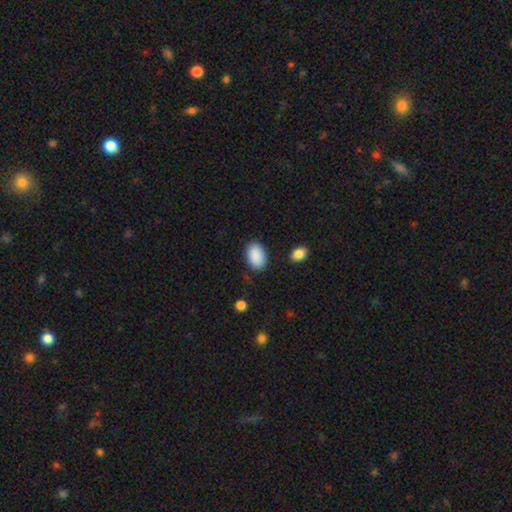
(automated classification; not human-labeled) Q: Smooth or featured?
A: smooth (91%); runner-up: star or artifact (6%)
Q: How rounded?
A: in between (90%); runner-up: round (9%)
Q: Merging?
A: none (84%); runner-up: minor disturbance (11%)